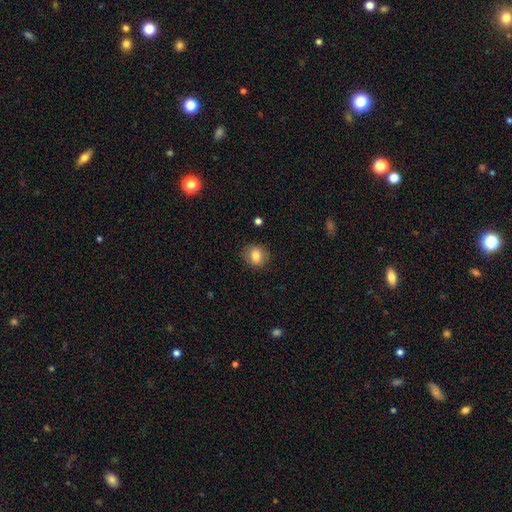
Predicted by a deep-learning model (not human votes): Overall: smooth (80%). How rounded: round (69%; in between 30%). Merging: none (87%).